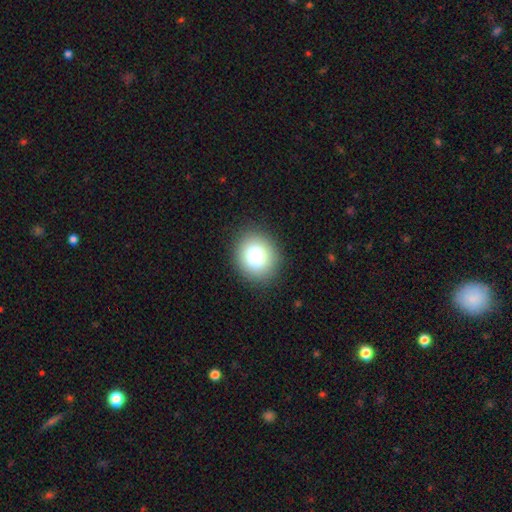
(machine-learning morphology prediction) type=smooth (79%); roundness=round (73%); merging=none (89%).